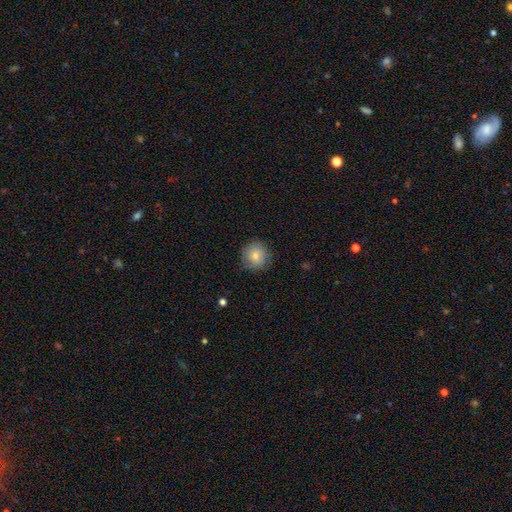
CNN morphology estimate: This is likely a smooth galaxy (79%). How rounded: clearly round (92%). Merging: clearly none (83%).